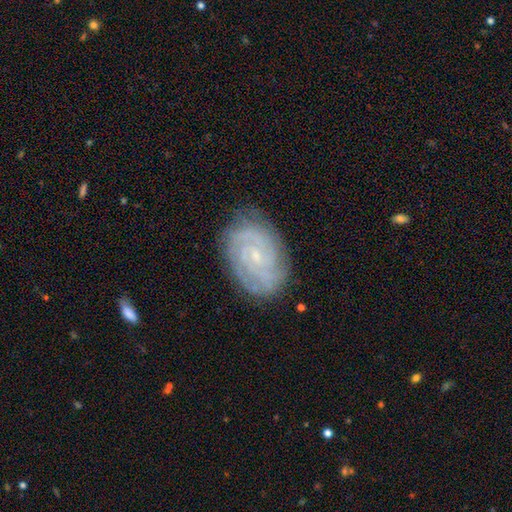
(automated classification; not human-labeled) smooth-or-featured: featured or disk: 82% | smooth: 11% | star or artifact: 7%
  disk-edge-on: no: 97% | yes: 3%
    bar: no: 65% | weak: 29% | strong: 6%
    has-spiral-arms: yes: 96% | no: 4%
      spiral-winding: tight: 74% | medium: 22% | loose: 4%
      spiral-arm-count: can't tell: 27% | 2: 24% | 3: 20% | 4: 15% | more than 4: 7% | 1: 6%
    bulge-size: small: 81% | moderate: 14% | none: 3% | large: 1% | dominant: 1%
  merging: none: 81% | minor disturbance: 15% | major disturbance: 4% | merger: 1%